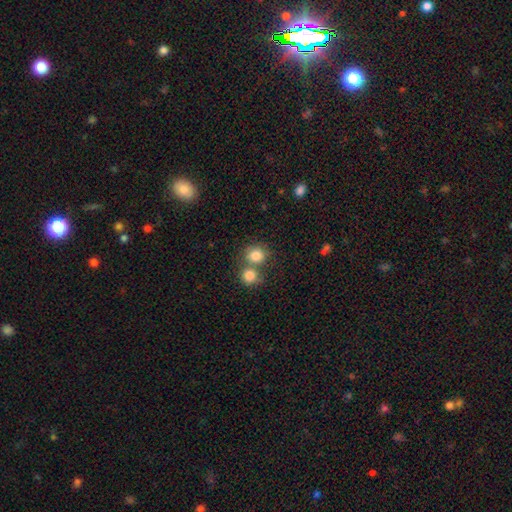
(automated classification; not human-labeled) smooth_or_featured: smooth (p=0.82) [alt: star or artifact p=0.11]
how_rounded: round (p=0.84) [alt: in between p=0.15]
merging: none (p=0.51) [alt: merger p=0.39]